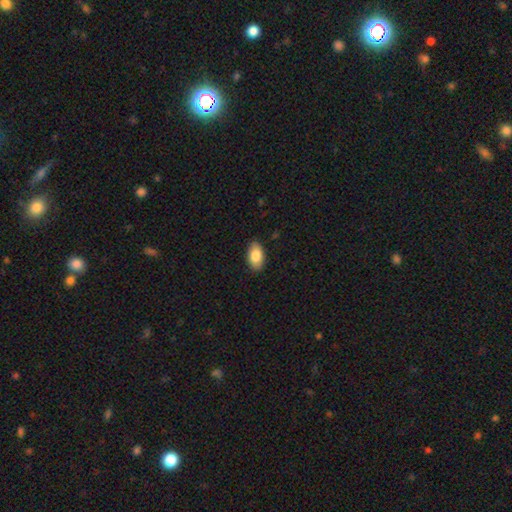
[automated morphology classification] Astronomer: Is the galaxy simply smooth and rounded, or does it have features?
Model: smooth — 84%.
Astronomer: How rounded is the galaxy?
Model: in between — 94%.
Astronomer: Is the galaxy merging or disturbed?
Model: none — 88%.